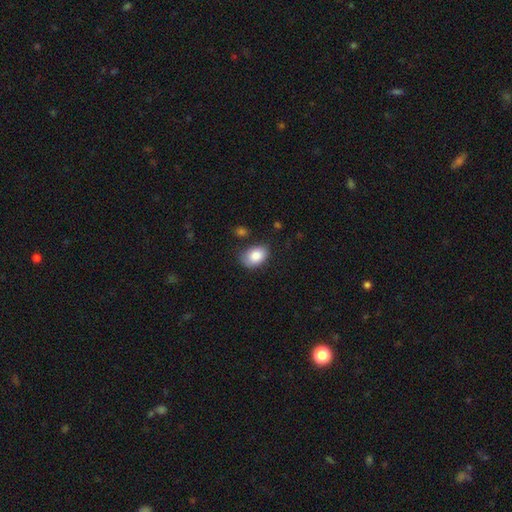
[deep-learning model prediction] This is clearly a smooth galaxy (86%). How rounded: clearly in between (84%). Merging: likely none (69%).